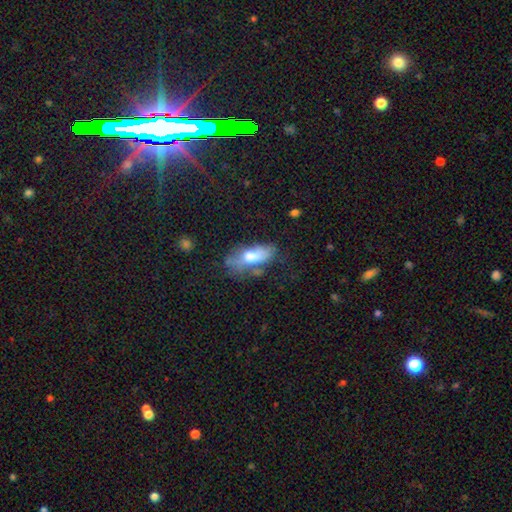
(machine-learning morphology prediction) This is likely a smooth galaxy (61%). How rounded: clearly in between (83%). Merging: marginally none (34%).